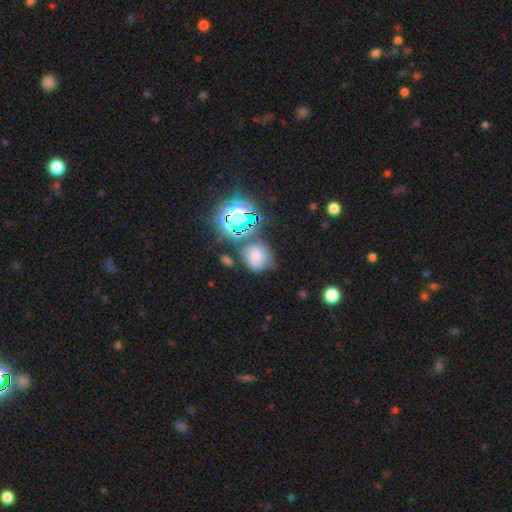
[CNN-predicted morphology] Overall: smooth (55%; star or artifact 25%). How rounded: round (74%). Merging: none (57%; minor disturbance 22%).